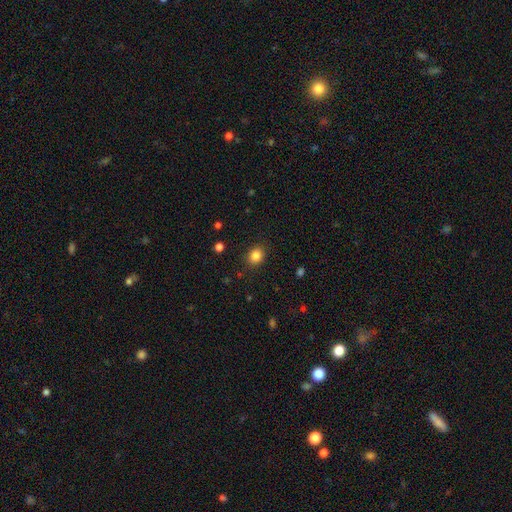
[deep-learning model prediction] This is clearly a smooth galaxy (85%). How rounded: likely round (64%). Merging: clearly none (88%).